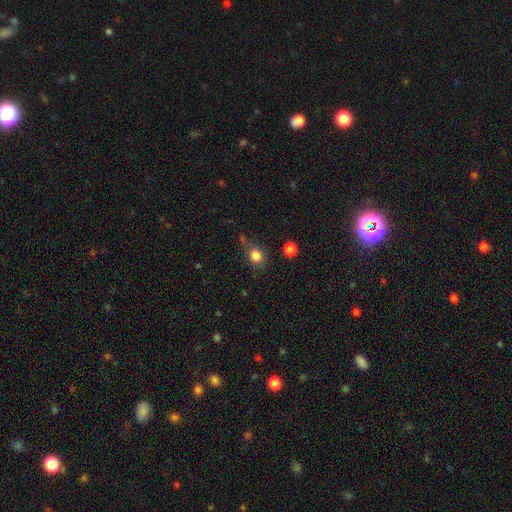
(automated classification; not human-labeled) The model was most divided on "how rounded": round: 69%, in between: 30%, cigar-shaped: 1%. More confident: smooth or featured — smooth (83%); merging — none (68%).